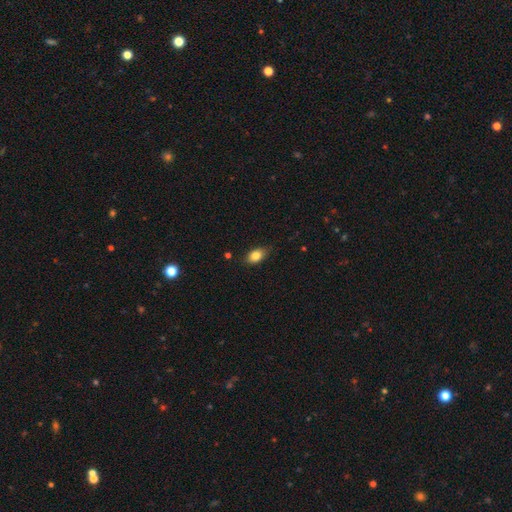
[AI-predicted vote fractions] smooth_or_featured: smooth (p=0.82) [alt: featured or disk p=0.09]
how_rounded: in between (p=0.84) [alt: round p=0.14]
merging: none (p=0.77) [alt: minor disturbance p=0.18]